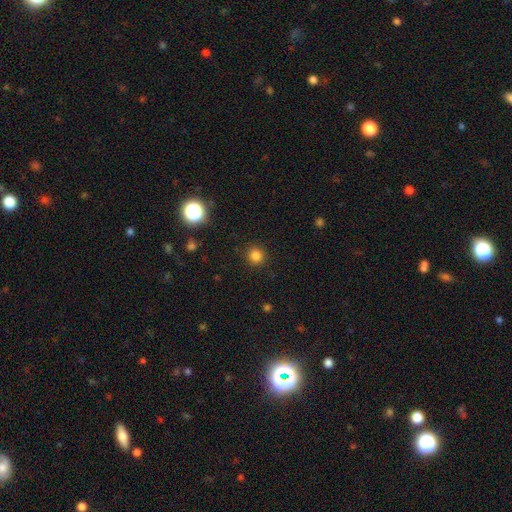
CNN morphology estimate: Smooth or featured?
  - smooth: 83% *
  - star or artifact: 14%
  - featured or disk: 4%
How rounded?
  - round: 91% *
  - in between: 8%
  - cigar-shaped: 1%
Merging?
  - none: 90% *
  - minor disturbance: 6%
  - major disturbance: 2%
  - merger: 1%